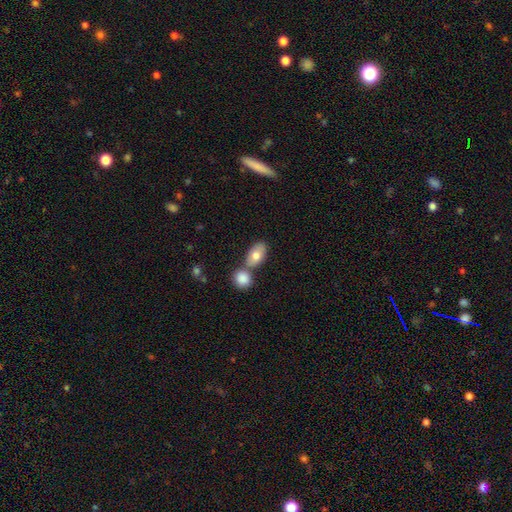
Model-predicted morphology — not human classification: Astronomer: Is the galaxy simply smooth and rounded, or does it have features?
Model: smooth — 78%.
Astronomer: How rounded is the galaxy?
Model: in between — 88%.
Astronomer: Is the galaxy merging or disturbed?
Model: none — 49% (runner-up: merger, 36%).